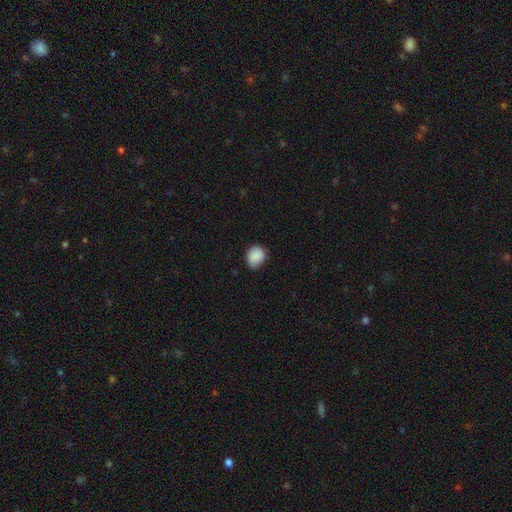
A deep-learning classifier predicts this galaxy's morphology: Smooth or featured: smooth — 87% (star or artifact — 8%)
How rounded: round — 65% (in between — 34%)
Merging: none — 68% (minor disturbance — 27%)